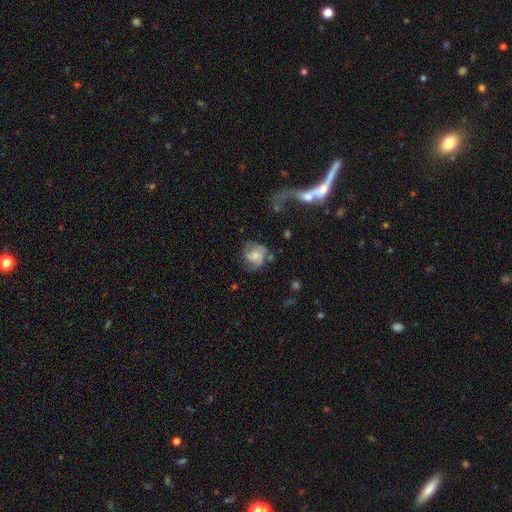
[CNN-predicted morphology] Overall: featured or disk (48%; smooth 43%). Merging: none (49%; minor disturbance 25%).